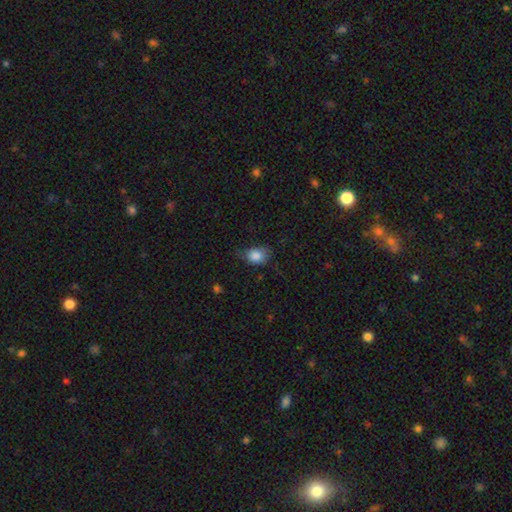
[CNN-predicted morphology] smooth_or_featured: smooth (p=0.84) [alt: star or artifact p=0.09]
how_rounded: in between (p=0.66) [alt: round p=0.32]
merging: none (p=0.50) [alt: minor disturbance p=0.37]